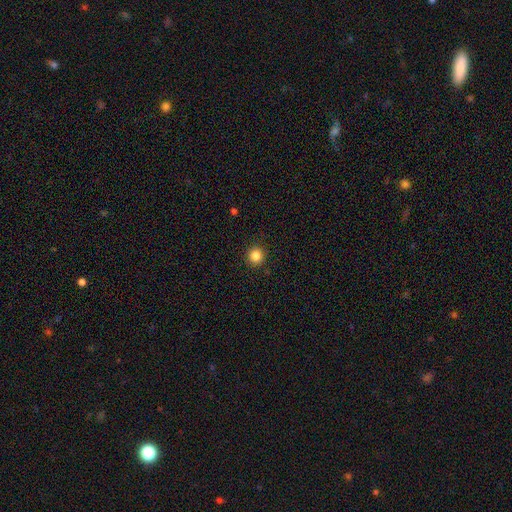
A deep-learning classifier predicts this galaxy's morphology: This appears to be a smooth galaxy with no disk features (85%) that is round (93%). Merging: none (91%).